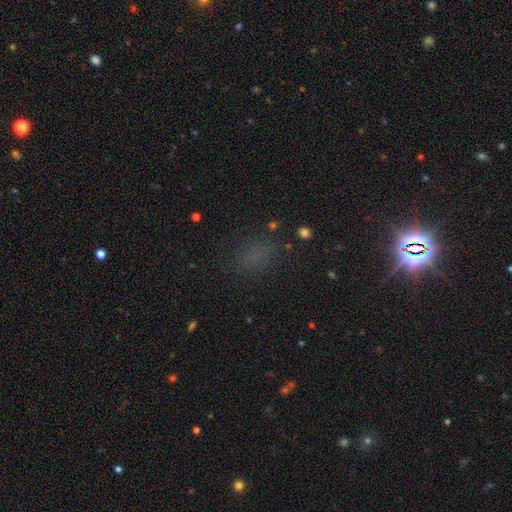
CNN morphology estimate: This appears to be a smooth galaxy with no disk features (51%) that is in between round and cigar-shaped (62%). Merging: none (74%).